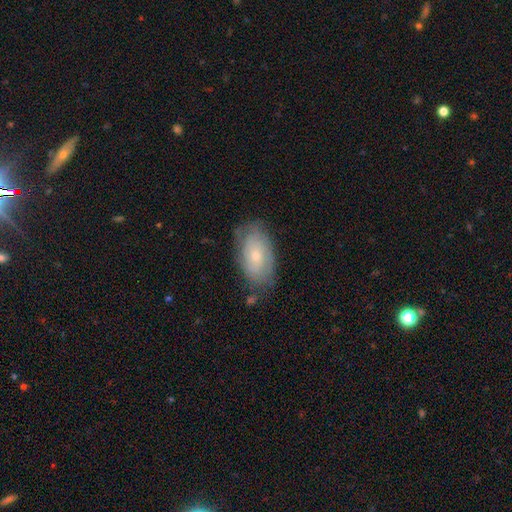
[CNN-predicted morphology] This is possibly a featured or disk galaxy (51%). It is clearly not viewed edge-on (93%). Merging: likely none (71%).